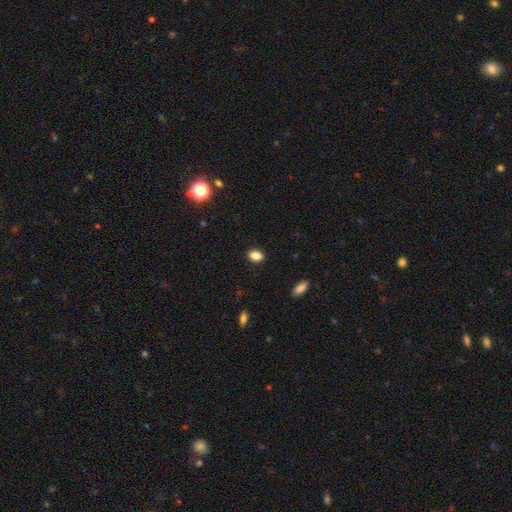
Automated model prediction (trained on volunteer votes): smooth-or-featured: smooth: 86% | star or artifact: 10% | featured or disk: 5%
  how-rounded: in between: 80% | round: 18% | cigar-shaped: 2%
  merging: none: 89% | minor disturbance: 8% | major disturbance: 2% | merger: 1%